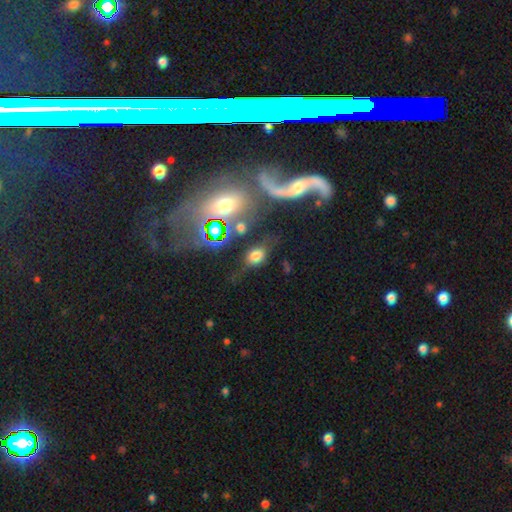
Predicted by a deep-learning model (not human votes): Smooth or featured?
  - smooth: 64% *
  - featured or disk: 19%
  - star or artifact: 18%
How rounded?
  - in between: 65% *
  - round: 32%
  - cigar-shaped: 3%
Merging?
  - none: 49% *
  - minor disturbance: 21%
  - major disturbance: 17%
  - merger: 12%